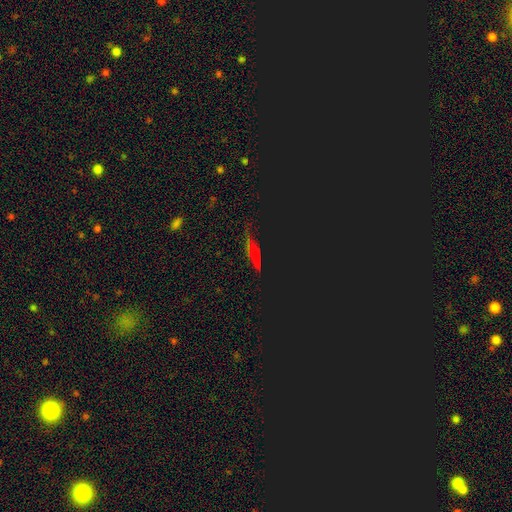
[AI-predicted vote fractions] A star or artifact, not a galaxy (59%).

Vote fractions:
- Smooth or featured? star or artifact: 59% / smooth: 28% / featured or disk: 12%